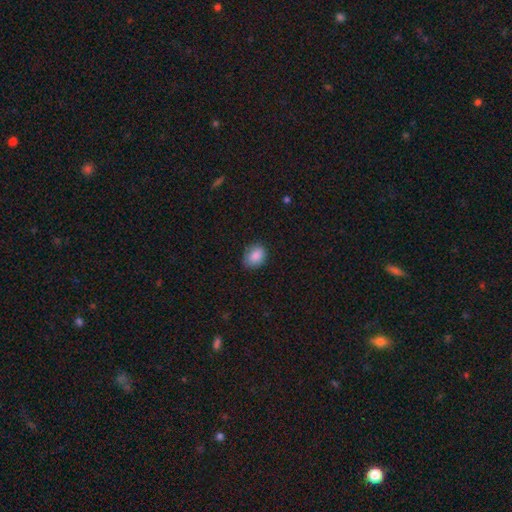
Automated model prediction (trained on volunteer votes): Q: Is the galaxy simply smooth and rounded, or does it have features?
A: smooth — 88%.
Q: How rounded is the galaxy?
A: in between — 65%.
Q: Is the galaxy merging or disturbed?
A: none — 79%.